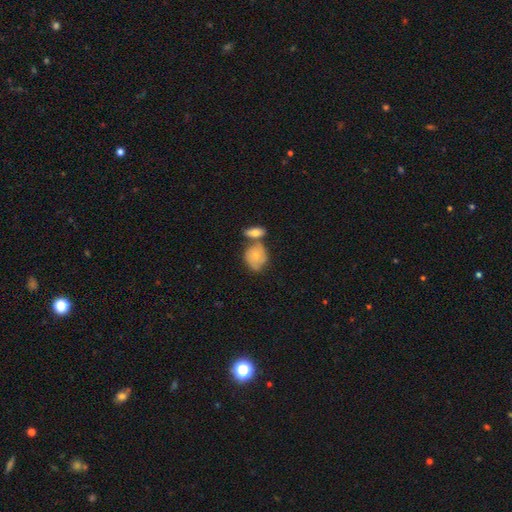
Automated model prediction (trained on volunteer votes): Q: Smooth or featured?
A: smooth (62%); runner-up: featured or disk (31%)
Q: How rounded?
A: round (58%); runner-up: in between (41%)
Q: Merging?
A: none (39%); runner-up: merger (37%)